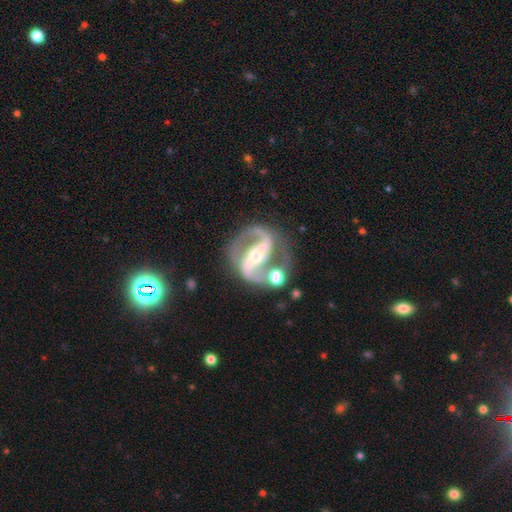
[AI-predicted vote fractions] Q: Smooth or featured?
A: featured or disk (91%); runner-up: star or artifact (5%)
Q: Edge-on disk?
A: no (97%); runner-up: yes (3%)
Q: Bar?
A: strong (68%); runner-up: weak (20%)
Q: Spiral arms?
A: yes (97%); runner-up: no (3%)
Q: Spiral winding?
A: medium (59%); runner-up: tight (21%)
Q: Spiral arm count?
A: 2 (93%); runner-up: can't tell (2%)
Q: Bulge size?
A: small (49%); runner-up: moderate (46%)
Q: Merging?
A: none (68%); runner-up: minor disturbance (14%)